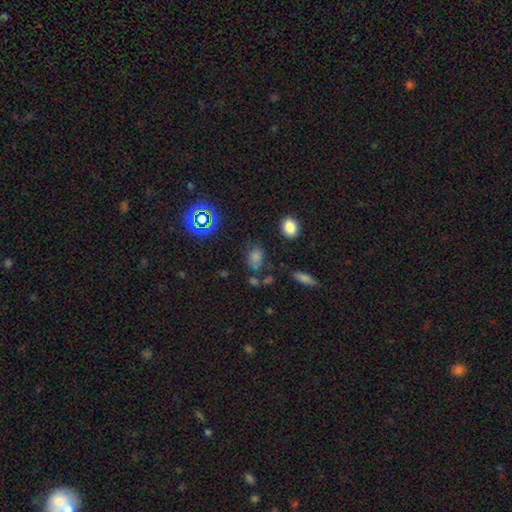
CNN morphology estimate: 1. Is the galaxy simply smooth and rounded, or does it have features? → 66% smooth, 25% star or artifact, 9% featured or disk.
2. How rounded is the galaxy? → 78% in between, 20% round, 3% cigar-shaped.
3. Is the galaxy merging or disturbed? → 67% none, 18% minor disturbance, 9% merger, 7% major disturbance.